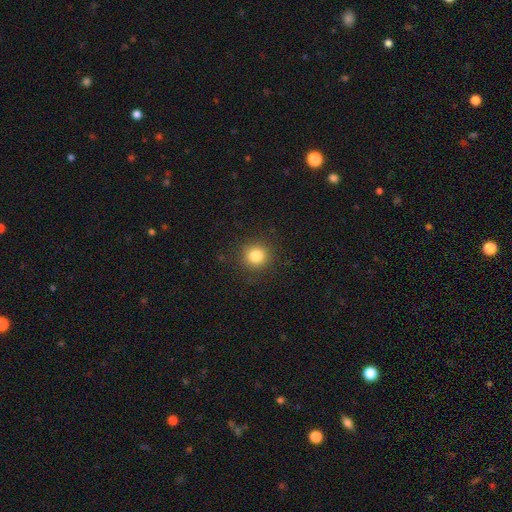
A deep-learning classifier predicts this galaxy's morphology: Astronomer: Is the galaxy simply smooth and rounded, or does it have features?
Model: smooth — 83%.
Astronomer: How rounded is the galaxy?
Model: round — 92%.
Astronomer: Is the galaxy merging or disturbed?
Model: none — 90%.